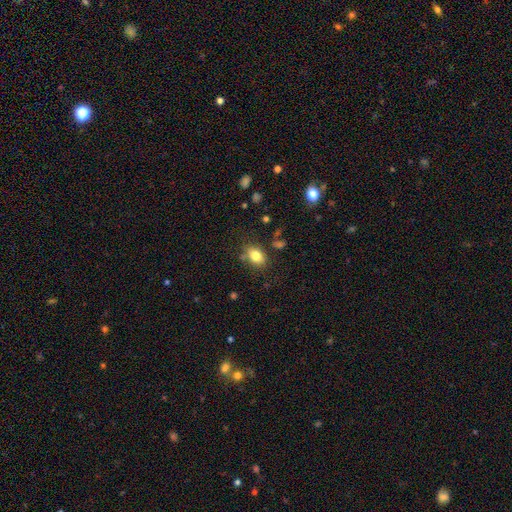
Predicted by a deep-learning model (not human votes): smooth_or_featured: smooth (p=0.81) [alt: star or artifact p=0.10]
how_rounded: in between (p=0.73) [alt: round p=0.26]
merging: none (p=0.75) [alt: minor disturbance p=0.15]